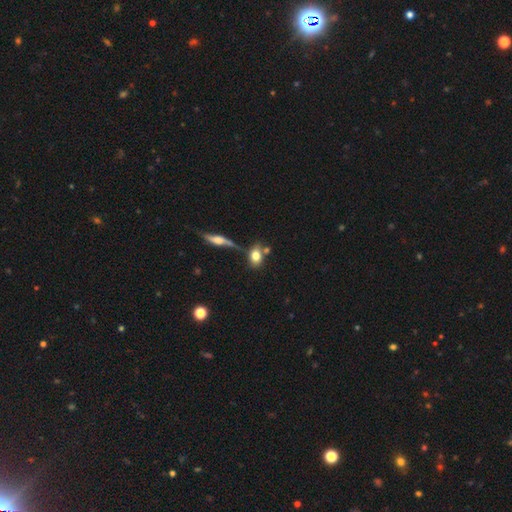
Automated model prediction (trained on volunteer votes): Q: Smooth or featured?
A: smooth (77%); runner-up: featured or disk (14%)
Q: How rounded?
A: in between (64%); runner-up: round (32%)
Q: Merging?
A: none (55%); runner-up: merger (24%)